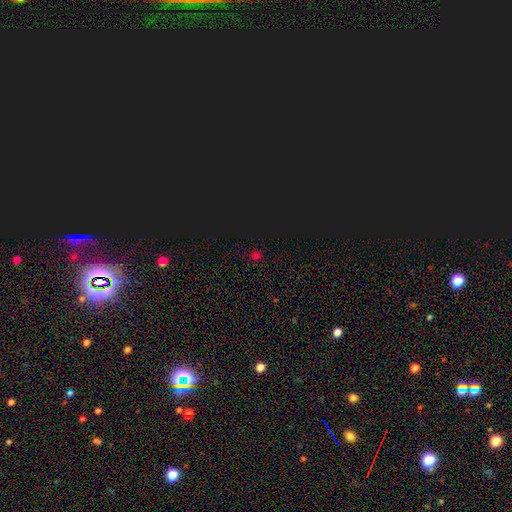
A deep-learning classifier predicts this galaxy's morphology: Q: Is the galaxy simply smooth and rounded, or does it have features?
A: star or artifact — 49%.